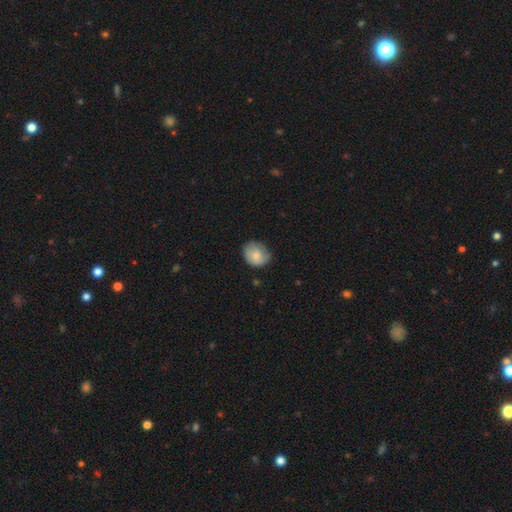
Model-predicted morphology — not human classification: A smooth galaxy with no disk features (71%) that is round (64%).

Vote fractions:
- Smooth or featured? smooth: 71% / featured or disk: 22% / star or artifact: 7%
- How rounded? round: 64% / in between: 35% / cigar-shaped: 1%
- Merging? none: 64% / minor disturbance: 28% / major disturbance: 7% / merger: 1%